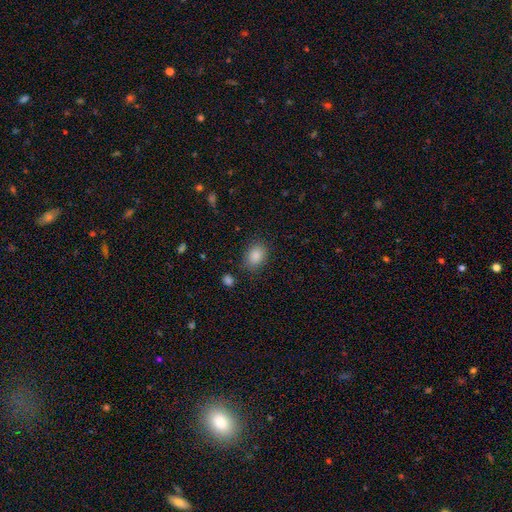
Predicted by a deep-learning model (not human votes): smooth_or_featured: smooth (p=0.87) [alt: star or artifact p=0.09]
how_rounded: in between (p=0.74) [alt: round p=0.25]
merging: none (p=0.81) [alt: minor disturbance p=0.13]